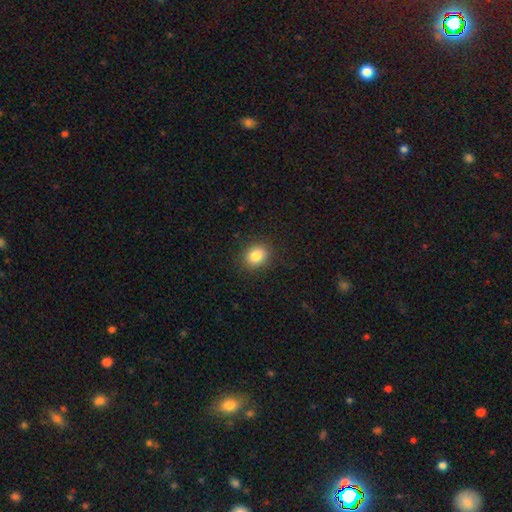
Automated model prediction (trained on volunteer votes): smooth_or_featured: smooth (p=0.84) [alt: star or artifact p=0.10]
how_rounded: round (p=0.63) [alt: in between p=0.36]
merging: none (p=0.88) [alt: minor disturbance p=0.08]